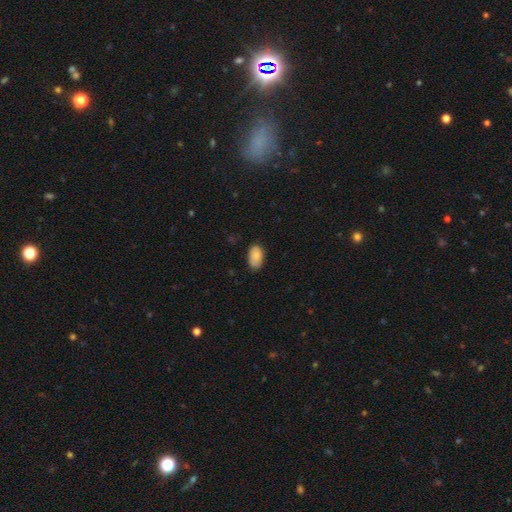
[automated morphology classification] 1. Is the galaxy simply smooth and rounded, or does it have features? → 86% smooth, 7% star or artifact, 7% featured or disk.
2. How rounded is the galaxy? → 93% in between, 5% round, 1% cigar-shaped.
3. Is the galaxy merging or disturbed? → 77% none, 19% minor disturbance, 3% major disturbance, 1% merger.